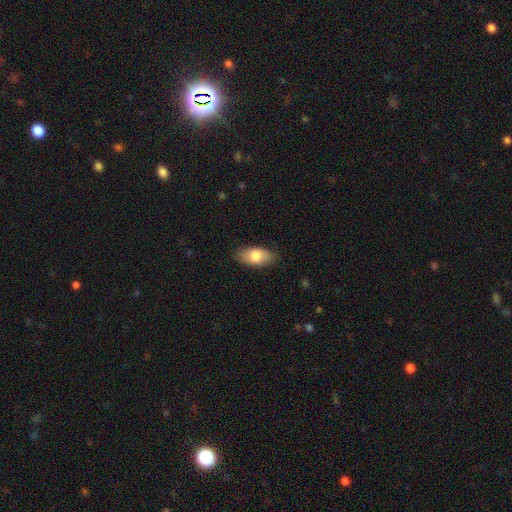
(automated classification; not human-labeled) Smooth or featured? smooth (77%)
How rounded? in between (91%)
Merging? none (84%)